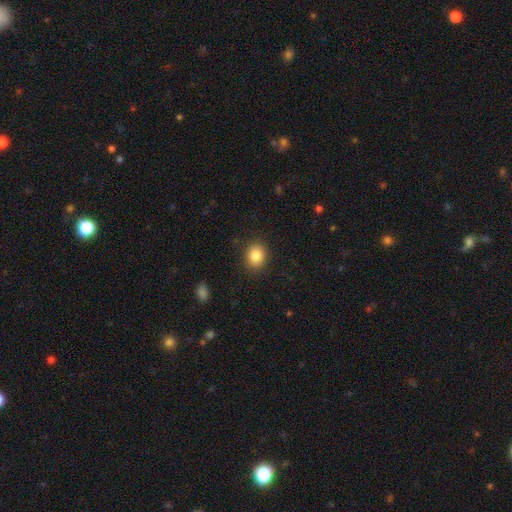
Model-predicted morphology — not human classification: Smooth or featured? Predicted: smooth (p=0.85). How rounded? Predicted: round (p=0.63). Merging? Predicted: none (p=0.88).